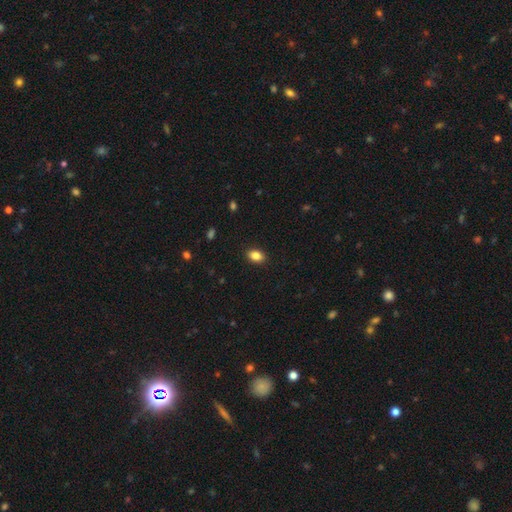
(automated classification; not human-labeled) Morphology: type=smooth (85%); roundness=in between (85%); merging=none (89%).